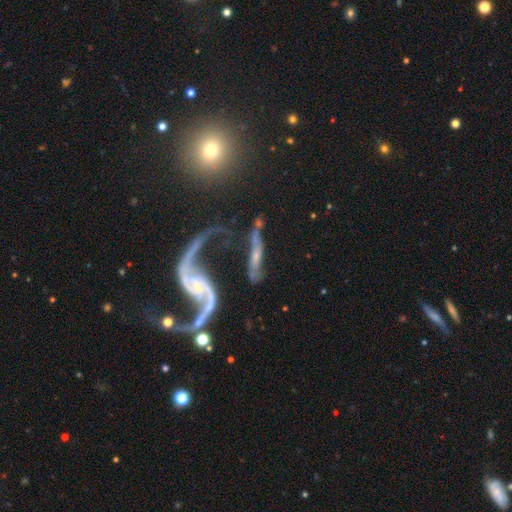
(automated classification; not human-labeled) Smooth or featured?
  - featured or disk: 81% *
  - smooth: 11%
  - star or artifact: 8%
Edge-on disk?
  - no: 85% *
  - yes: 15%
Bar?
  - no: 54% *
  - weak: 30%
  - strong: 16%
Spiral arms?
  - yes: 90% *
  - no: 10%
Spiral winding?
  - loose: 79% *
  - medium: 14%
  - tight: 6%
Spiral arm count?
  - 2: 89% *
  - 1: 4%
  - can't tell: 3%
  - 3: 1%
  - 4: 1%
  - more than 4: 1%
Bulge size?
  - small: 73% *
  - moderate: 16%
  - none: 7%
  - large: 2%
  - dominant: 2%
Merging?
  - none: 37% *
  - major disturbance: 26%
  - minor disturbance: 19%
  - merger: 18%